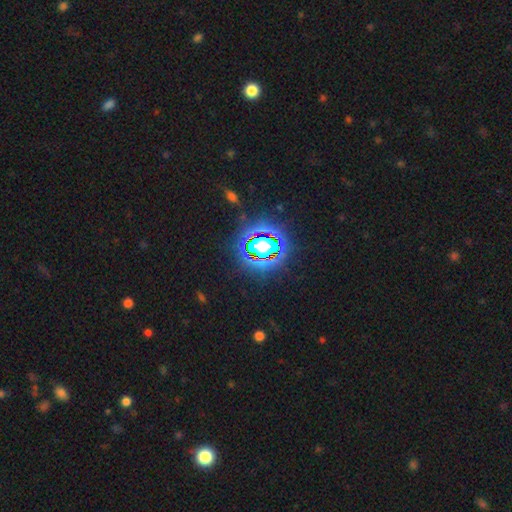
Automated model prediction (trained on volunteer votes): smooth_or_featured: star or artifact (p=0.82) [alt: smooth p=0.12]